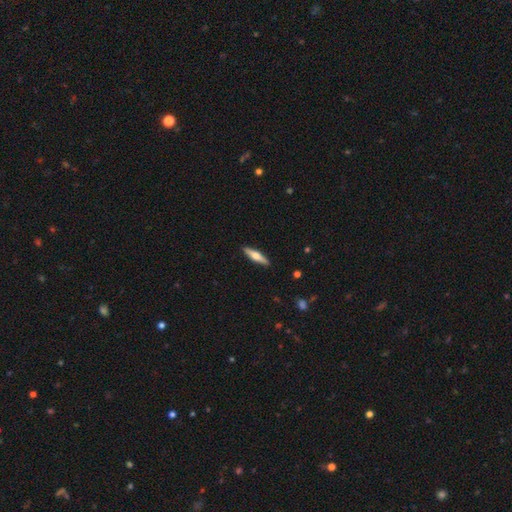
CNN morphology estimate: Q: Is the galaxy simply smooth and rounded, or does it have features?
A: featured or disk — 52%.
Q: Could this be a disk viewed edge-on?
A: yes — 96%.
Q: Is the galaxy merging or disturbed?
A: none — 91%.